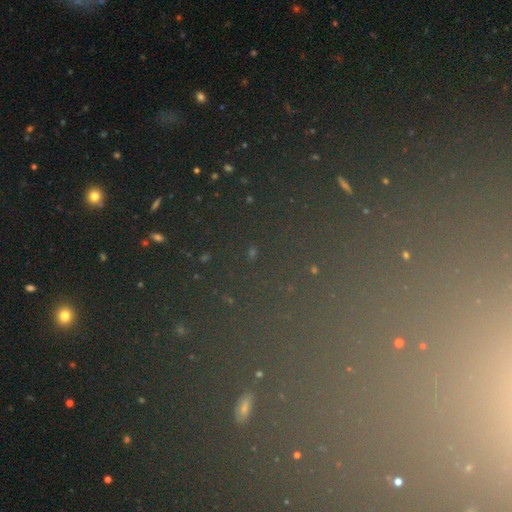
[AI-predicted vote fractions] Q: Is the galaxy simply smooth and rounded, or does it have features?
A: star or artifact — 74%.